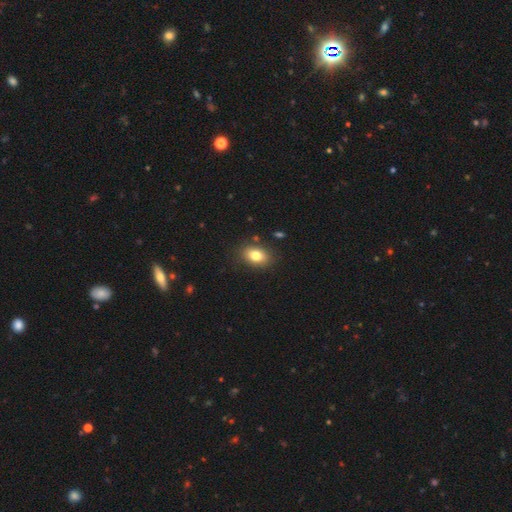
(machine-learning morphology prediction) Smooth or featured: smooth — 80% (featured or disk — 11%)
How rounded: in between — 81% (round — 18%)
Merging: none — 85% (minor disturbance — 10%)